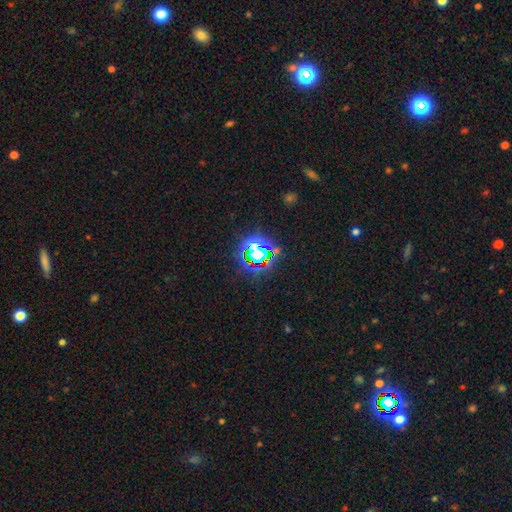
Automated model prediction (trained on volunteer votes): Smooth or featured? star or artifact (76%)